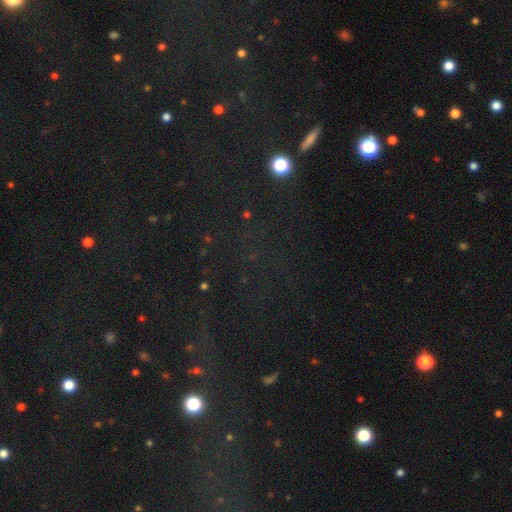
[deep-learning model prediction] star or artifact 73%, smooth 17%, featured or disk 10%.